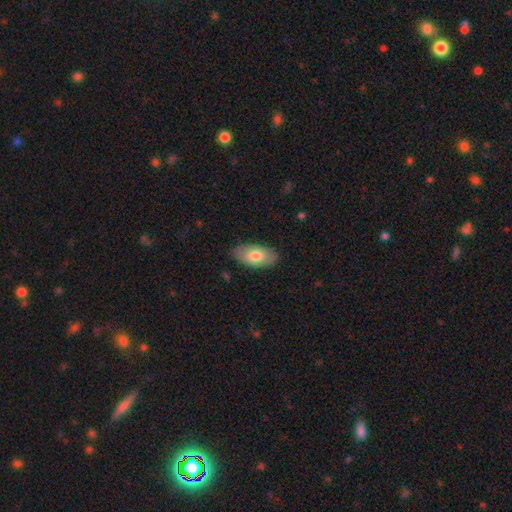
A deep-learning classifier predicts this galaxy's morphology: Smooth or featured? smooth (73%)
How rounded? in between (94%)
Merging? none (84%)